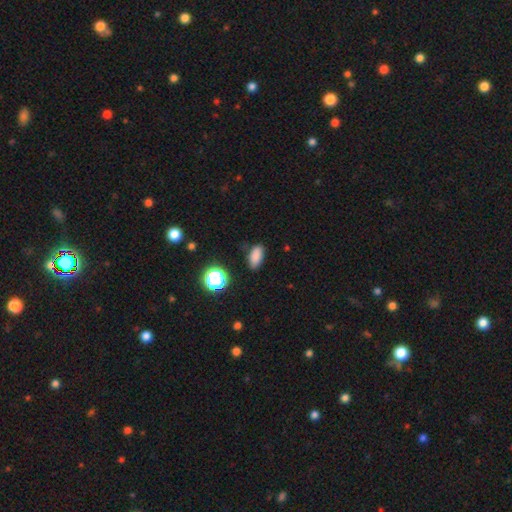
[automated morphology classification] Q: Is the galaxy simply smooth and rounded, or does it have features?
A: smooth — 85%.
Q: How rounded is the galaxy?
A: in between — 88%.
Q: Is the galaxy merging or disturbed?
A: none — 81%.